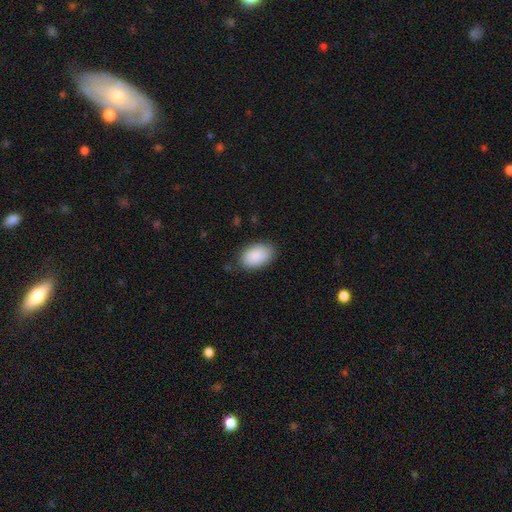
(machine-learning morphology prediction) smooth 90%, star or artifact 6%, featured or disk 4%. Down the decision tree: how rounded — in between (92%); merging — none (83%).